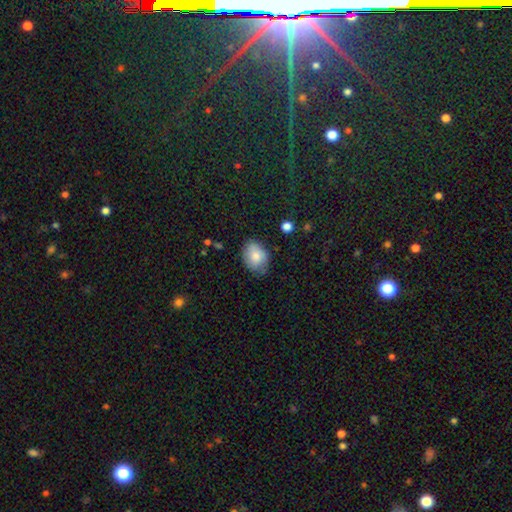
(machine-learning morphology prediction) smooth_or_featured: smooth (p=0.78) [alt: featured or disk p=0.14]
how_rounded: in between (p=0.68) [alt: round p=0.31]
merging: none (p=0.67) [alt: minor disturbance p=0.26]